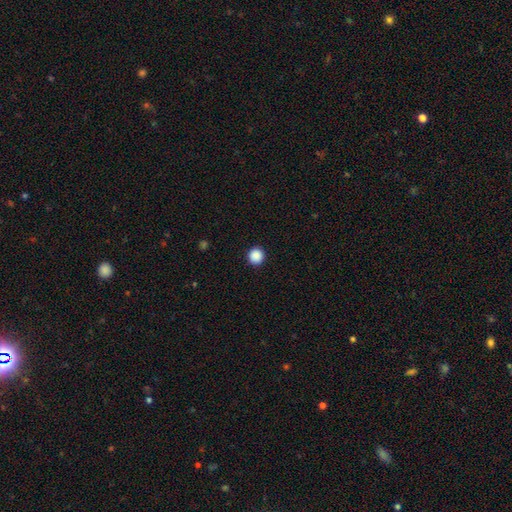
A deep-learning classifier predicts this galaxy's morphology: Smooth or featured? smooth (89%)
How rounded? round (96%)
Merging? none (93%)